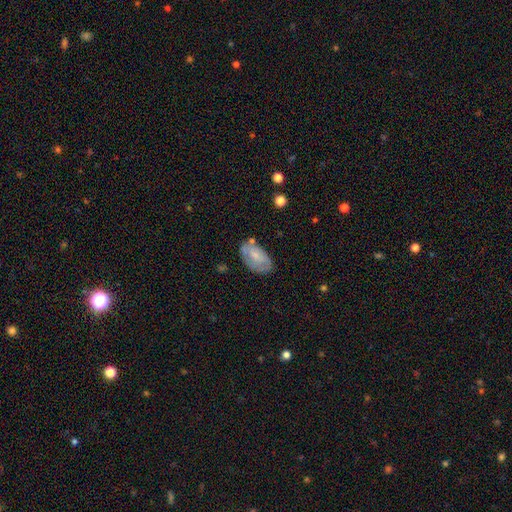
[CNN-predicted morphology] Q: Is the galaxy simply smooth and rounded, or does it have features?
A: smooth — 59%.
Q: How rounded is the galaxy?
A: in between — 93%.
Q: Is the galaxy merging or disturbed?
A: none — 63%.